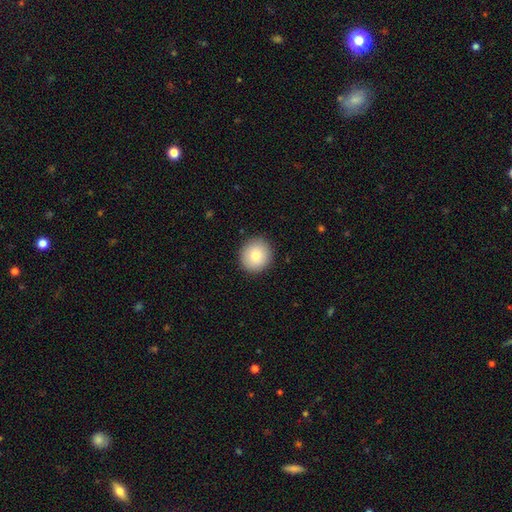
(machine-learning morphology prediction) A smooth galaxy with no disk features (82%) that is round (89%).

Vote fractions:
- Smooth or featured? smooth: 82% / featured or disk: 10% / star or artifact: 8%
- How rounded? round: 89% / in between: 10% / cigar-shaped: 1%
- Merging? none: 91% / minor disturbance: 6% / major disturbance: 2% / merger: 1%